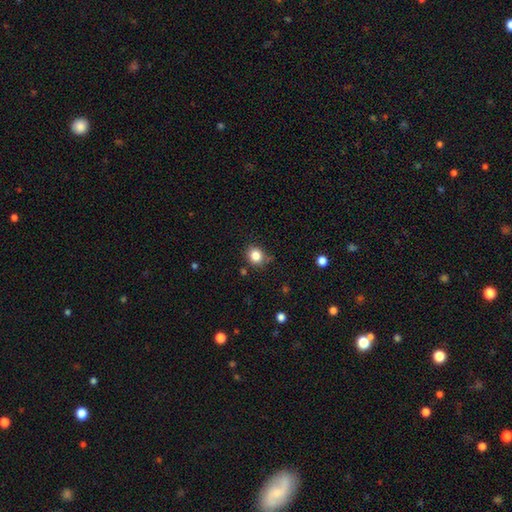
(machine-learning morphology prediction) A smooth galaxy with no disk features (83%) that is round (76%). Merging: none (79%).